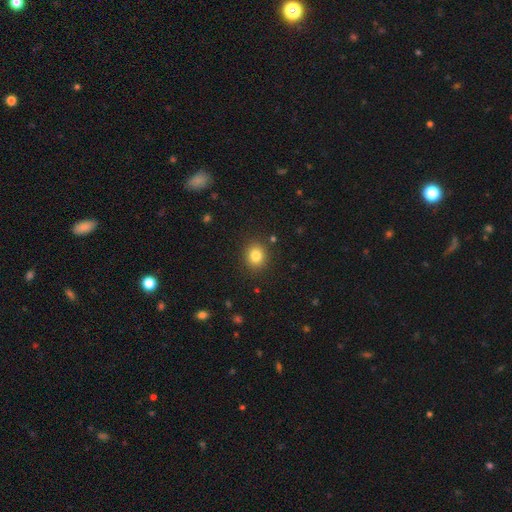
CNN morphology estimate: Smooth or featured: smooth — 82% (star or artifact — 11%)
How rounded: round — 73% (in between — 26%)
Merging: none — 89% (minor disturbance — 7%)